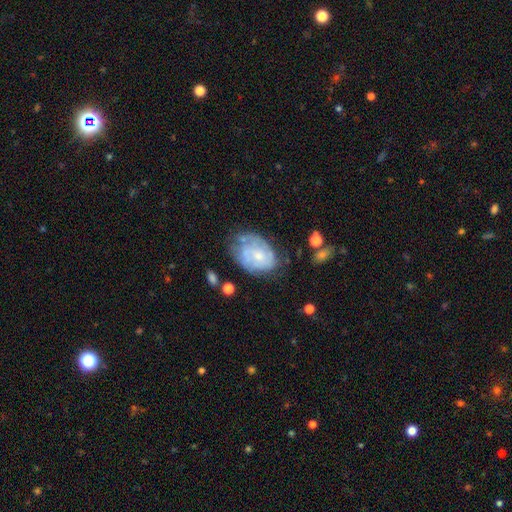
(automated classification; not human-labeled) A featured or disk galaxy (61%) with no bar (76%), spiral arms (71%) and a small central bulge (63%).

Vote fractions:
- Smooth or featured? featured or disk: 61% / smooth: 31% / star or artifact: 8%
- Edge-on disk? no: 97% / yes: 3%
- Bar? no: 76% / weak: 21% / strong: 3%
- Spiral arms? yes: 71% / no: 29%
- Bulge size? small: 63% / moderate: 28% / none: 6% / large: 2% / dominant: 1%
- Merging? none: 51% / minor disturbance: 29% / major disturbance: 15% / merger: 6%